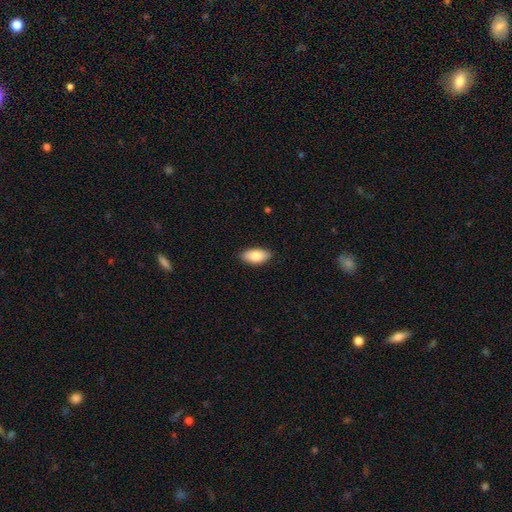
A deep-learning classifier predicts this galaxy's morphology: smooth 83%, featured or disk 11%, star or artifact 6%. Down the decision tree: how rounded — in between (92%); merging — none (87%).